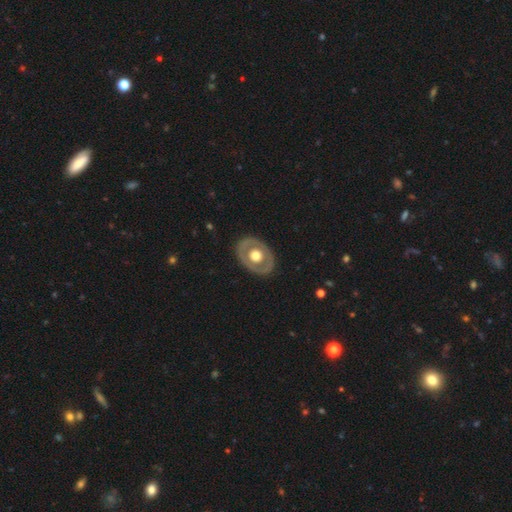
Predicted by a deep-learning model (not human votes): A featured or disk galaxy (54%). Merging: none (84%).